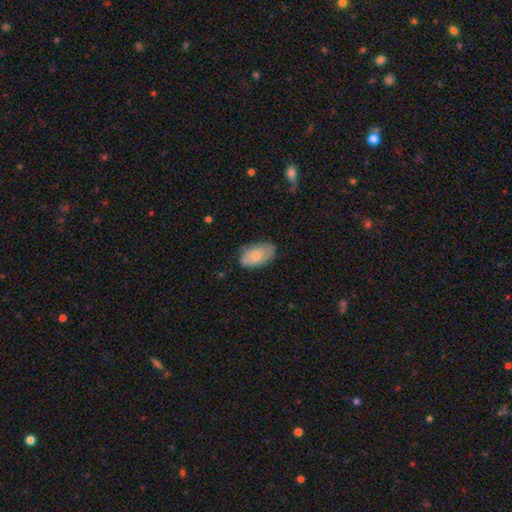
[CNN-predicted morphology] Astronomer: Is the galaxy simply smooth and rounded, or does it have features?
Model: smooth — 73%.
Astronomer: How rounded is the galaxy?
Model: in between — 93%.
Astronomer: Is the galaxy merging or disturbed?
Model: none — 70%.